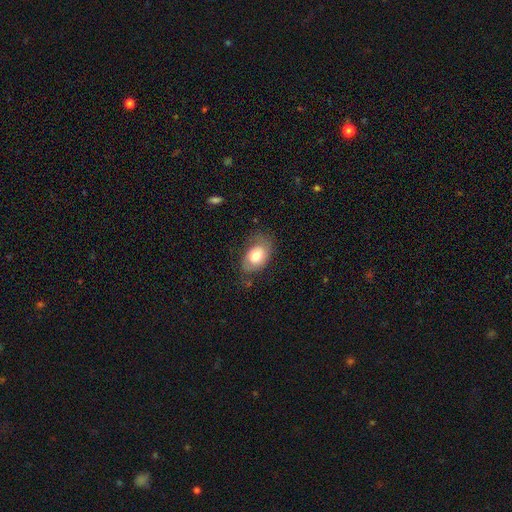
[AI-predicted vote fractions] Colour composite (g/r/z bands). It shows a smooth galaxy with no disk features (68%) that is in between round and cigar-shaped (83%). Merging: none (63%).